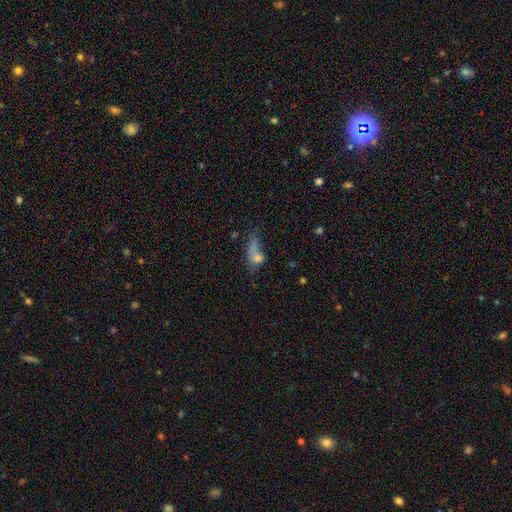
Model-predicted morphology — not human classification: Smooth or featured: smooth — 66% (featured or disk — 20%)
How rounded: in between — 65% (round — 23%)
Merging: major disturbance — 39% (merger — 24%)